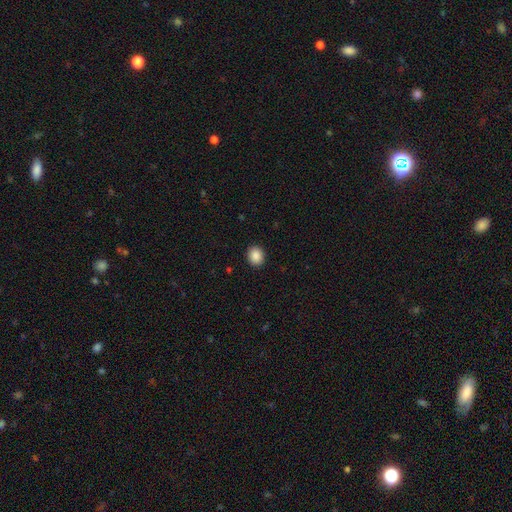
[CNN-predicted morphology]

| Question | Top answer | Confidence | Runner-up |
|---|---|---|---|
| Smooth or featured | smooth | 89% | star or artifact (9%) |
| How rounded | round | 69% | in between (30%) |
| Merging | none | 92% | minor disturbance (6%) |